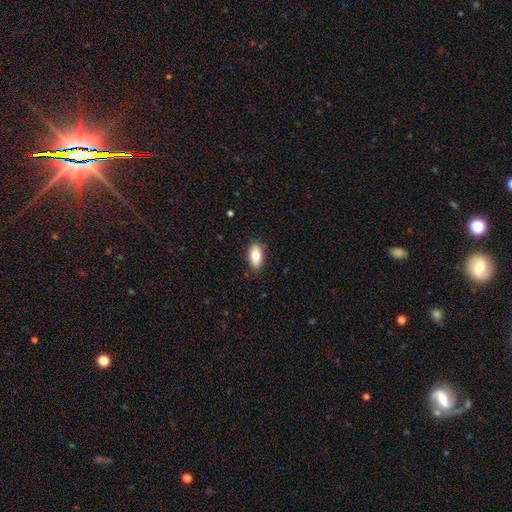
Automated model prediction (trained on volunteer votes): Overall: smooth (80%). How rounded: in between (91%). Merging: none (85%).